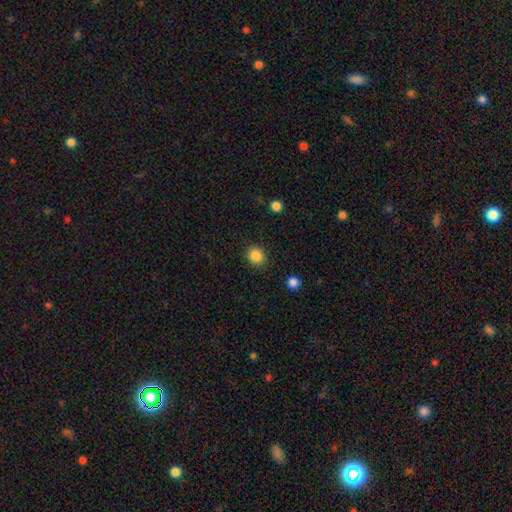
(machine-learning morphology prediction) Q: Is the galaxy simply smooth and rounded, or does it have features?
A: smooth — 86%.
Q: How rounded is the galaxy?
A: round — 79%.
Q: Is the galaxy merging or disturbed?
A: none — 89%.